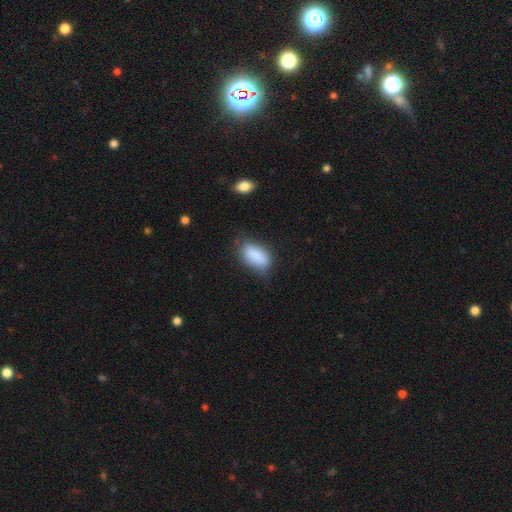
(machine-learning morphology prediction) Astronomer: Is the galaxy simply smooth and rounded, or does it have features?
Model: smooth — 85%.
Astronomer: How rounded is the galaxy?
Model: in between — 91%.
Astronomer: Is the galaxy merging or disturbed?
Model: none — 60%.